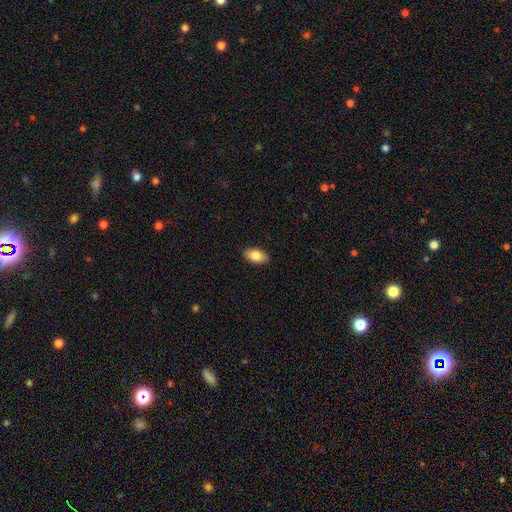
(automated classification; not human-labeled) Smooth or featured? Predicted: smooth (p=0.85). How rounded? Predicted: in between (p=0.93). Merging? Predicted: none (p=0.89).